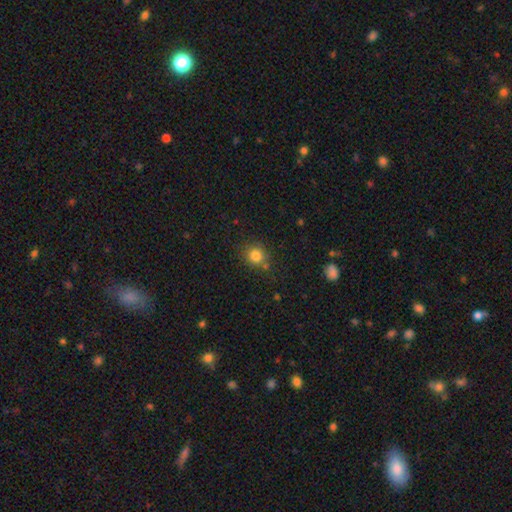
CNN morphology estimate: Smooth or featured? Predicted: smooth (p=0.82). How rounded? Predicted: round (p=0.84). Merging? Predicted: none (p=0.77).